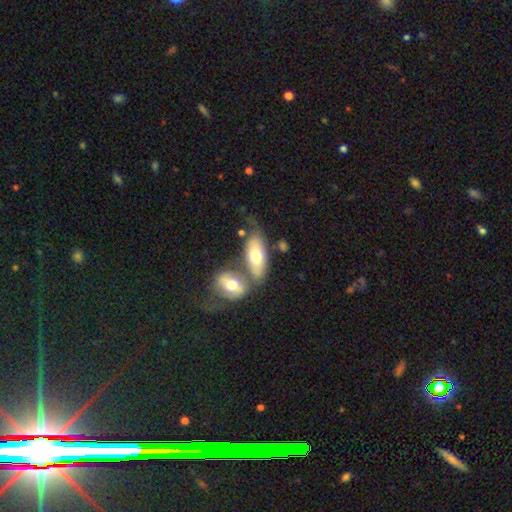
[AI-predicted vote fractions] smooth_or_featured: smooth (p=0.64) [alt: featured or disk p=0.30]
how_rounded: in between (p=0.86) [alt: cigar-shaped p=0.10]
merging: merger (p=0.41) [alt: none p=0.40]